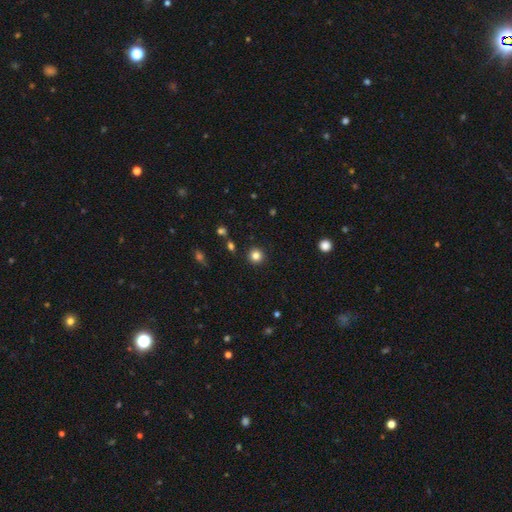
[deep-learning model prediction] The model was most divided on "smooth or featured": smooth: 83%, star or artifact: 12%, featured or disk: 5%. More confident: how rounded — round (94%); merging — none (92%).